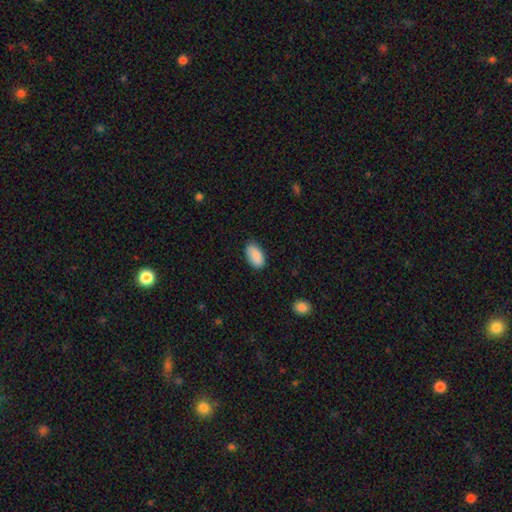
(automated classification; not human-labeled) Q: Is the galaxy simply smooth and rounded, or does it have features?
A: smooth — 88%.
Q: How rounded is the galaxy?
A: in between — 94%.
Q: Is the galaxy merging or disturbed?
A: none — 82%.